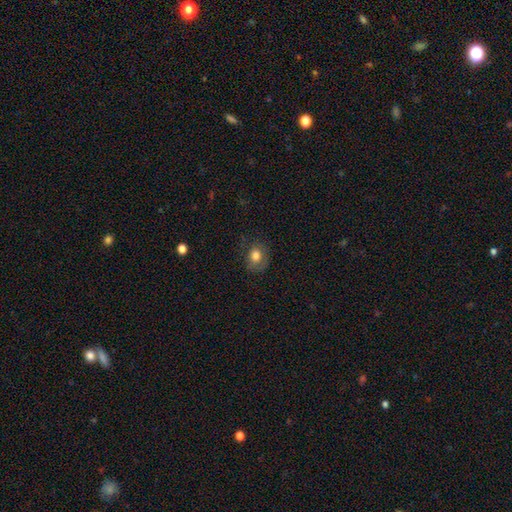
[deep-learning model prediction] Morphology: type=smooth (75%); roundness=round (53%); merging=none (71%).